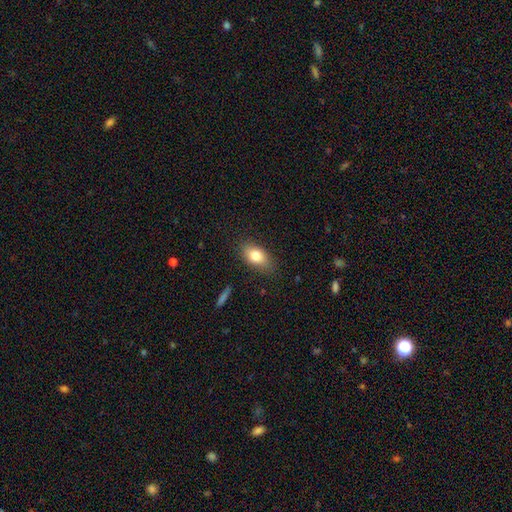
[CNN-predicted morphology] smooth 79%, featured or disk 13%, star or artifact 8%. Down the decision tree: how rounded — in between (86%); merging — none (80%).